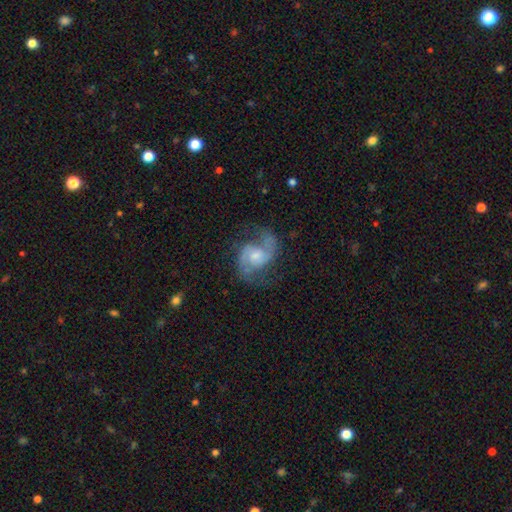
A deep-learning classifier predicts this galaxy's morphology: A featured or disk galaxy (87%) with no bar (56%), 2 (92%) medium (54%) spiral arms (97%) and a moderate central bulge (41%, tied with small).

Vote fractions:
- Smooth or featured? featured or disk: 87% / smooth: 7% / star or artifact: 6%
- Edge-on disk? no: 98% / yes: 2%
- Bar? no: 56% / weak: 37% / strong: 7%
- Spiral arms? yes: 97% / no: 3%
- Spiral winding? medium: 54% / loose: 32% / tight: 14%
- Spiral arm count? 2: 92% / can't tell: 3% / 1: 2% / 3: 2% / 4: 1% / more than 4: 1%
- Bulge size? moderate: 41% (tied) / small: 41% (tied) / none: 9% / large: 7% / dominant: 1%
- Merging? none: 71% / minor disturbance: 17% / major disturbance: 11% / merger: 2%